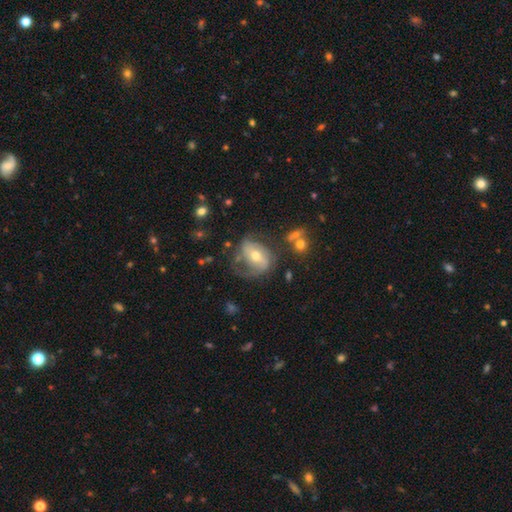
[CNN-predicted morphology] A featured or disk galaxy (73%) with no bar (40%), 2 (59%) medium (43%) spiral arms (88%) and a moderate central bulge (58%). Merging: none (50%).